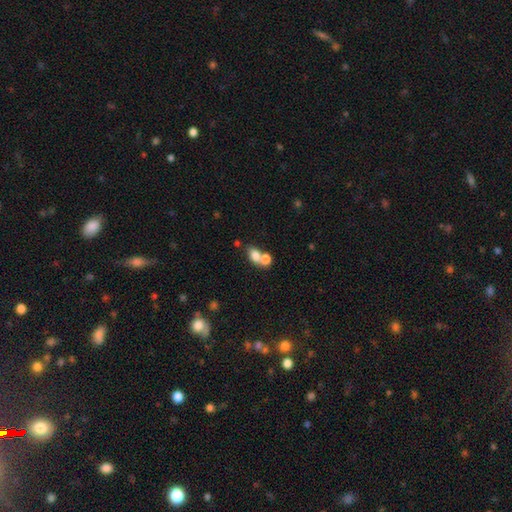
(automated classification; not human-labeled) Smooth or featured: smooth — 75% (featured or disk — 15%)
How rounded: in between — 70% (round — 28%)
Merging: merger — 62% (none — 27%)